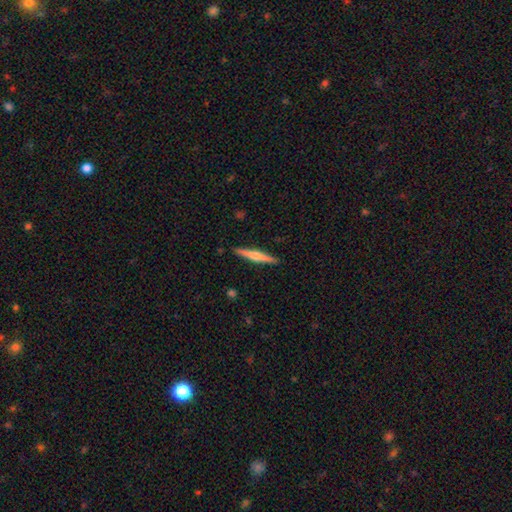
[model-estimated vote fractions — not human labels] A featured or disk galaxy (55%) viewed edge-on (98%) with a rounded central bulge (74%). Merging: none (91%).